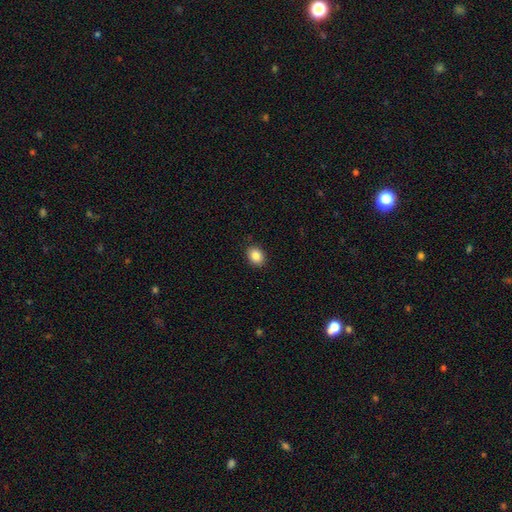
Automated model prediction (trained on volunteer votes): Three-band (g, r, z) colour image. It shows a smooth galaxy with no disk features (87%) that is in between round and cigar-shaped (56%). Merging: none (89%).